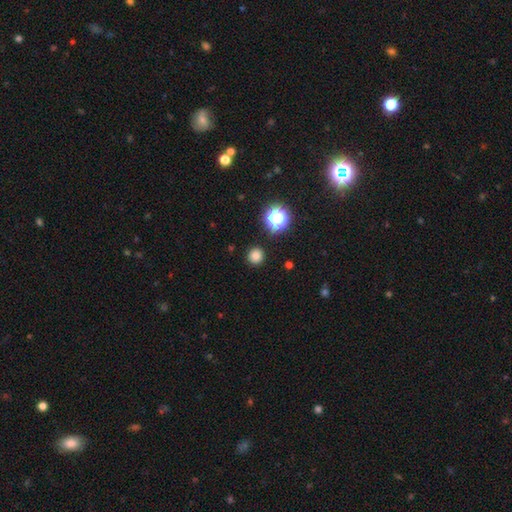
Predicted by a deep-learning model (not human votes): Smooth or featured?
  - smooth: 80% *
  - star or artifact: 16%
  - featured or disk: 4%
How rounded?
  - round: 93% *
  - in between: 6%
  - cigar-shaped: 1%
Merging?
  - none: 91% *
  - minor disturbance: 6%
  - major disturbance: 2%
  - merger: 1%